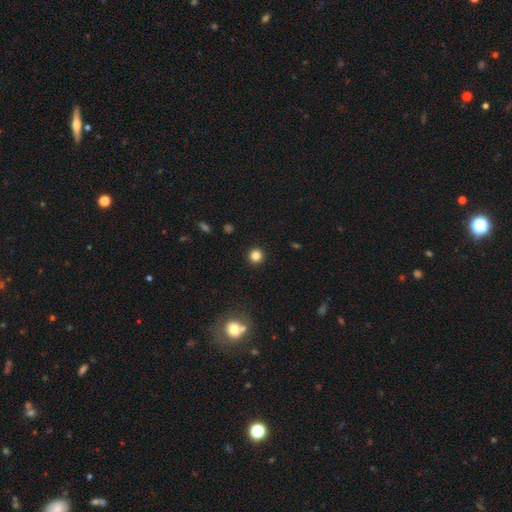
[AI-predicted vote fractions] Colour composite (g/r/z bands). It shows a smooth galaxy with no disk features (83%) that is round (95%). Merging: none (93%).